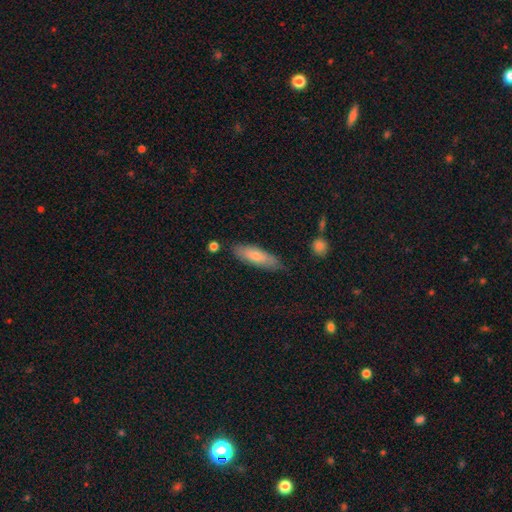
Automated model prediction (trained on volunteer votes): Smooth or featured: smooth — 69% (featured or disk — 25%)
How rounded: cigar-shaped — 55% (in between — 43%)
Merging: none — 80% (minor disturbance — 15%)